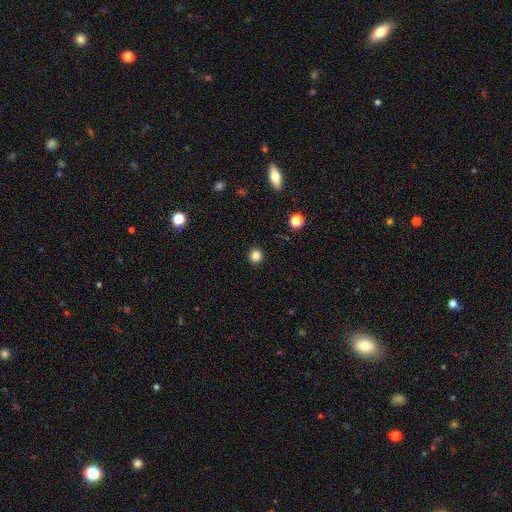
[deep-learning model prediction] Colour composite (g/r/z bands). It shows a smooth galaxy with no disk features (83%) that is round (94%). Merging: none (93%).